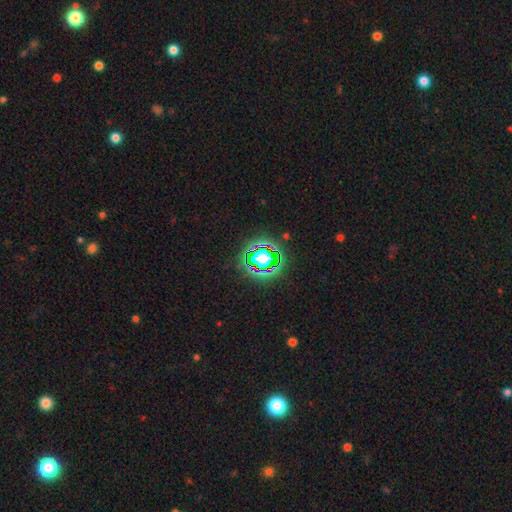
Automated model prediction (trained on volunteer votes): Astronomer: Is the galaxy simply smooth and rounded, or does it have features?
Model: star or artifact — 81%.